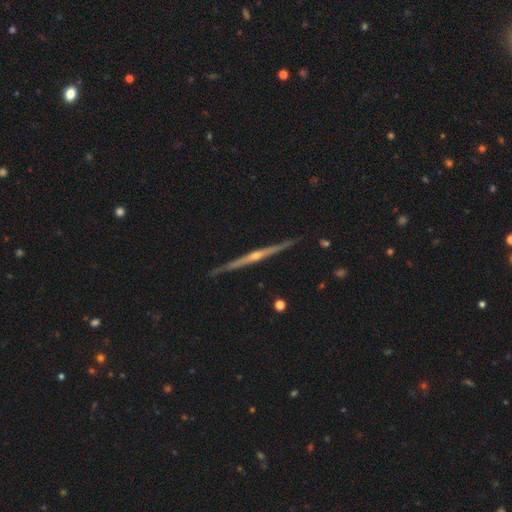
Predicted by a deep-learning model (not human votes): Smooth or featured? Predicted: featured or disk (p=0.85). Edge-on disk? Predicted: yes (p=0.98). Edge-on bulge? Predicted: rounded (p=0.76). Merging? Predicted: none (p=0.91).